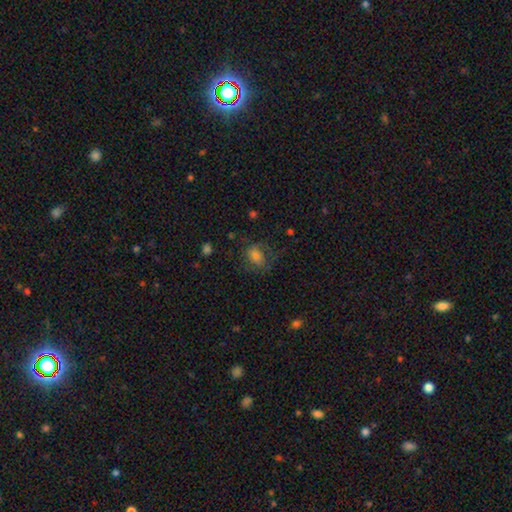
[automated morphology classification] smooth 65%, featured or disk 23%, star or artifact 12%. Down the decision tree: how rounded — in between (59%); merging — none (57%).